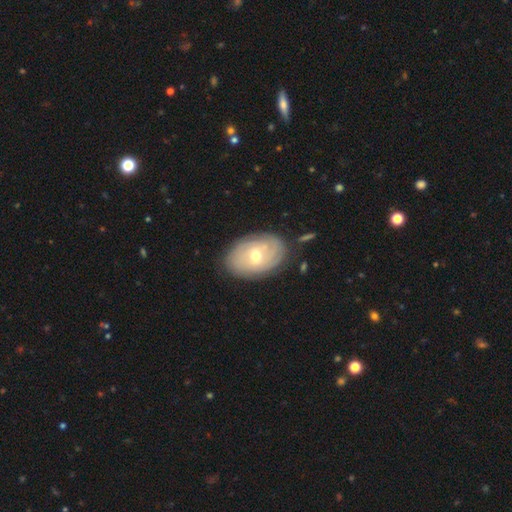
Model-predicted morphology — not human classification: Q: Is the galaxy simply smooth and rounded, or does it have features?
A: featured or disk — 71%.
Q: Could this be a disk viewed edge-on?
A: no — 95%.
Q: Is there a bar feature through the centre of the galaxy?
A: no — 57%.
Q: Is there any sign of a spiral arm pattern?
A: yes — 83%.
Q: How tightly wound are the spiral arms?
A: tight — 77%.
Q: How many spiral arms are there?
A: can't tell — 52%.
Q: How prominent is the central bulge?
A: moderate — 64%.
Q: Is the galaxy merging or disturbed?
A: none — 81%.